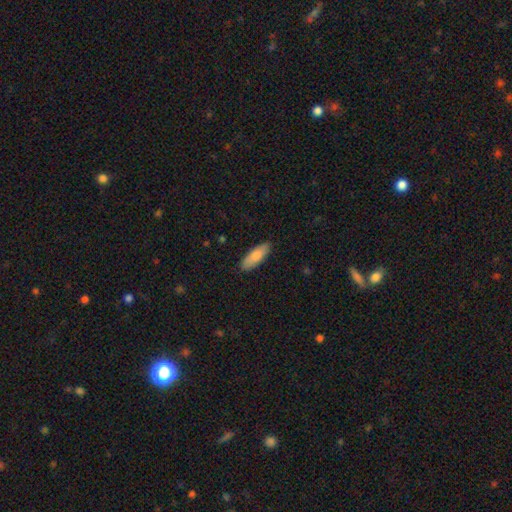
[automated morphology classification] Smooth or featured? Predicted: smooth (p=0.82). How rounded? Predicted: in between (p=0.66). Merging? Predicted: none (p=0.87).